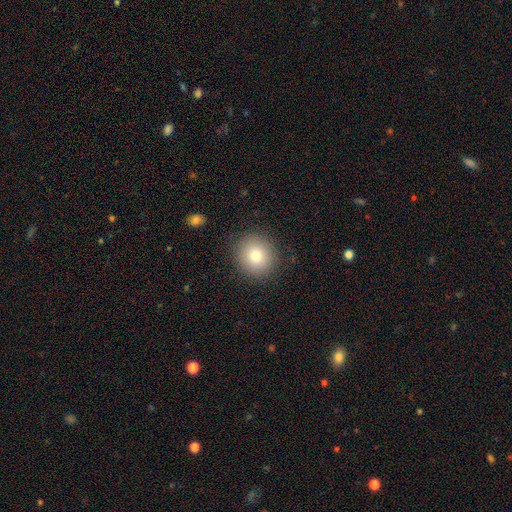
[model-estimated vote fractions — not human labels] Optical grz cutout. It shows a smooth galaxy with no disk features (80%) that is round (85%). Merging: none (89%).